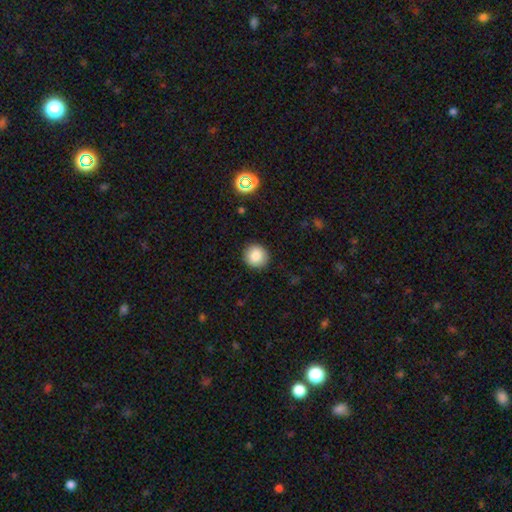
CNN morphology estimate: This appears to be a smooth galaxy with no disk features (86%) that is round (91%). Merging: none (91%).